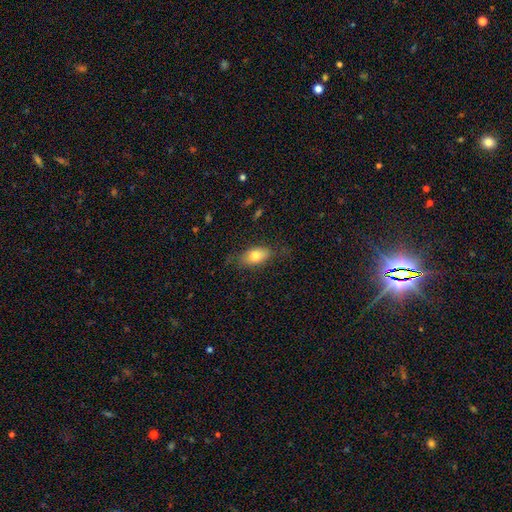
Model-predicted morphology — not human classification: Smooth or featured: smooth — 74% (featured or disk — 18%)
How rounded: in between — 86% (cigar-shaped — 8%)
Merging: none — 71% (minor disturbance — 20%)